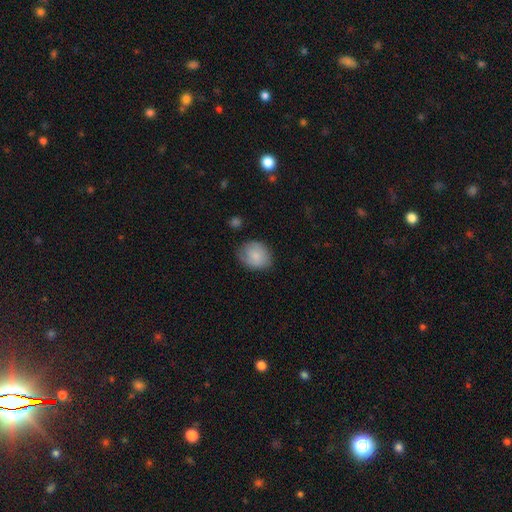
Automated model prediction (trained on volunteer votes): A smooth galaxy with no disk features (82%) that is round (55%).

Vote fractions:
- Smooth or featured? smooth: 82% / featured or disk: 11% / star or artifact: 7%
- How rounded? round: 55% / in between: 44% / cigar-shaped: 1%
- Merging? none: 72% / minor disturbance: 22% / major disturbance: 5% / merger: 2%